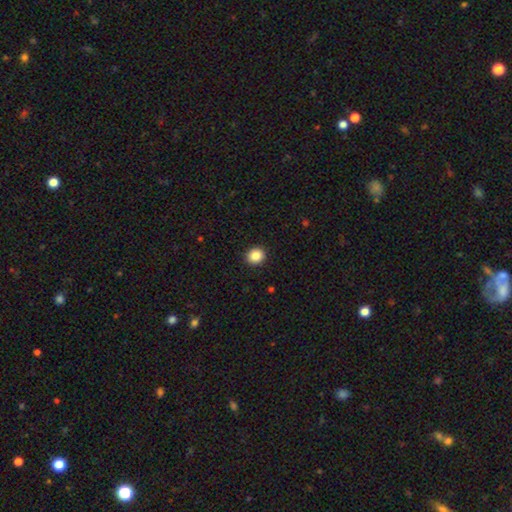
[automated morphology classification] Q: Smooth or featured?
A: smooth (86%); runner-up: star or artifact (10%)
Q: How rounded?
A: round (83%); runner-up: in between (16%)
Q: Merging?
A: none (93%); runner-up: minor disturbance (5%)